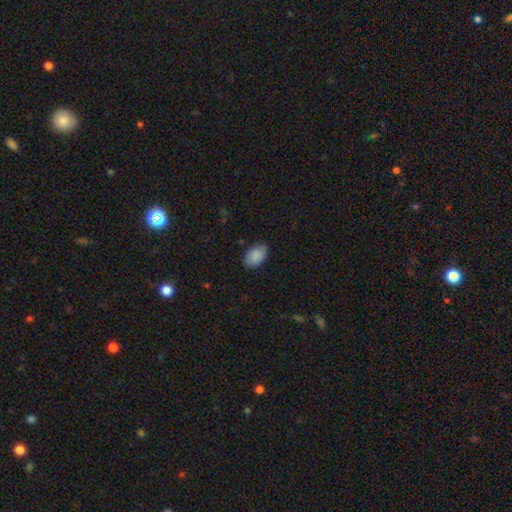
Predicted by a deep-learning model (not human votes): Q: Smooth or featured?
A: smooth (88%); runner-up: star or artifact (7%)
Q: How rounded?
A: in between (89%); runner-up: round (10%)
Q: Merging?
A: none (78%); runner-up: minor disturbance (18%)